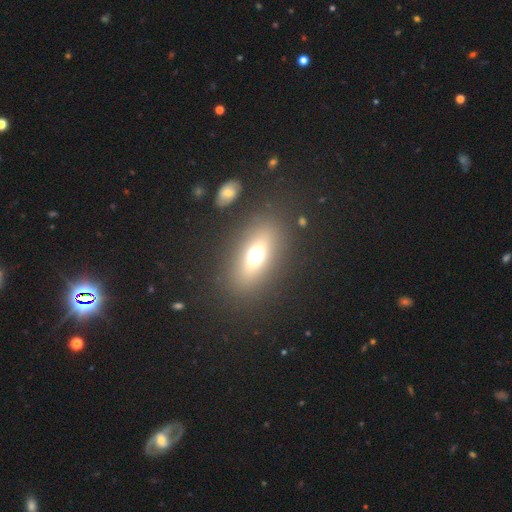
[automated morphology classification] smooth_or_featured: smooth (p=0.60) [alt: featured or disk p=0.21]
how_rounded: in between (p=0.69) [alt: round p=0.20]
merging: none (p=0.84) [alt: minor disturbance p=0.08]